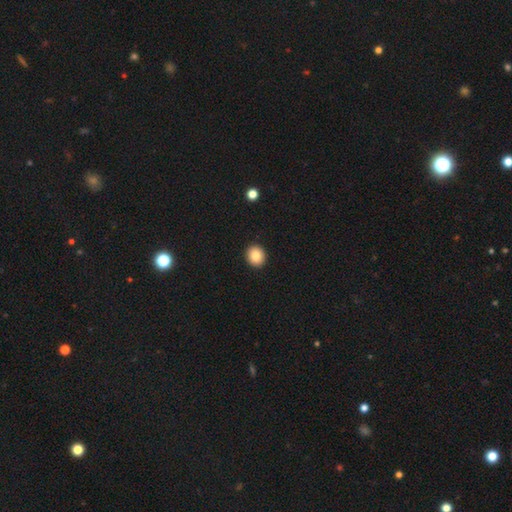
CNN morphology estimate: Smooth or featured?
  - smooth: 84% *
  - star or artifact: 9%
  - featured or disk: 7%
How rounded?
  - round: 82% *
  - in between: 17%
  - cigar-shaped: 1%
Merging?
  - none: 93% *
  - minor disturbance: 5%
  - major disturbance: 1%
  - merger: 1%